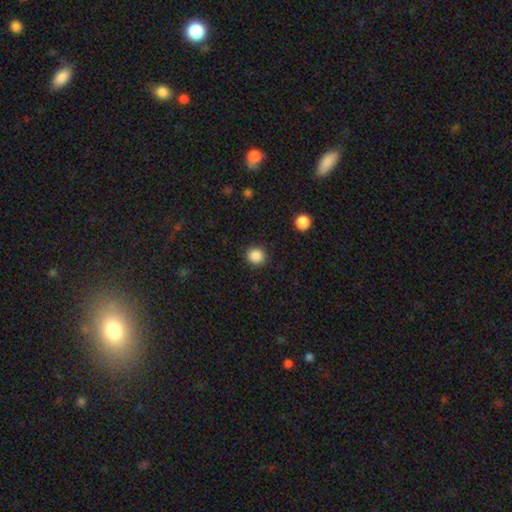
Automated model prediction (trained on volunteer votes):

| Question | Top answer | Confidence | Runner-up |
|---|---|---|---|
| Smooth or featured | smooth | 87% | star or artifact (10%) |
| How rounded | round | 85% | in between (14%) |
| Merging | none | 89% | minor disturbance (7%) |